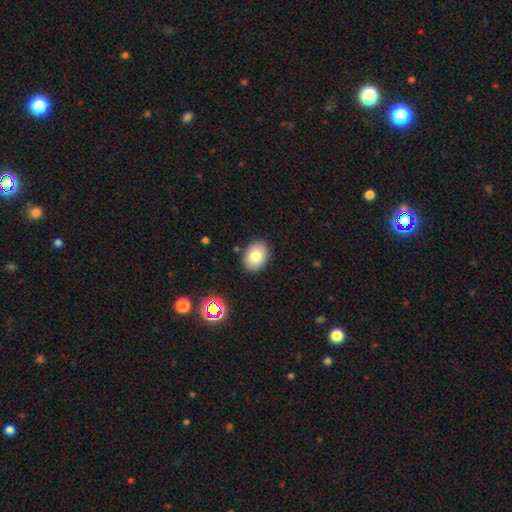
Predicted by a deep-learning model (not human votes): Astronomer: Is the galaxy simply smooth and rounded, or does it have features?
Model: smooth — 79%.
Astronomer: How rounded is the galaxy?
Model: in between — 66%.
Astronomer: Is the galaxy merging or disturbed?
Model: none — 87%.